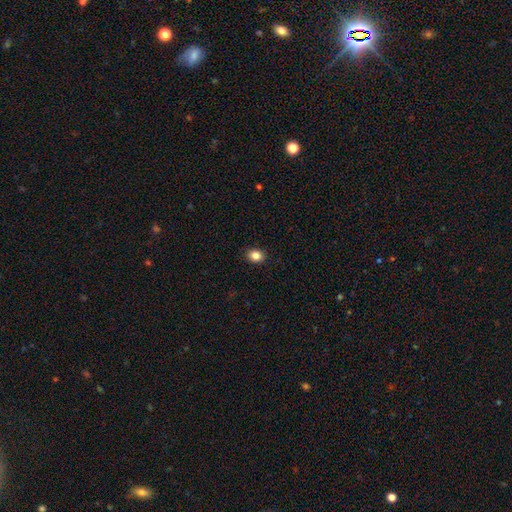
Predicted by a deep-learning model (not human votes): Smooth or featured: smooth — 85% (star or artifact — 10%)
How rounded: in between — 50% (round — 49%)
Merging: none — 90% (minor disturbance — 7%)